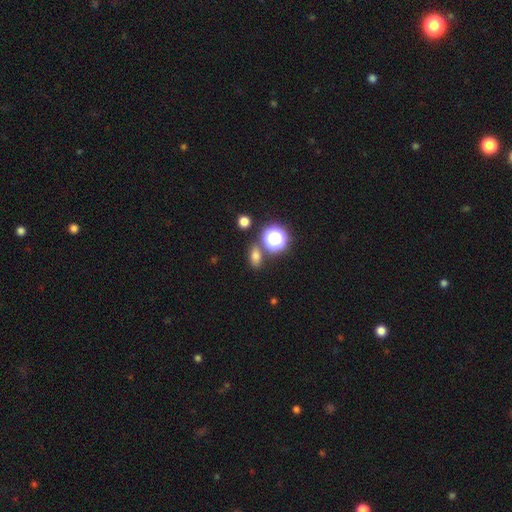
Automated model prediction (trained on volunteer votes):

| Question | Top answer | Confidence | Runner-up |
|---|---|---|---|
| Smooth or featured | smooth | 69% | star or artifact (22%) |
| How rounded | in between | 71% | round (25%) |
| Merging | none | 78% | minor disturbance (11%) |